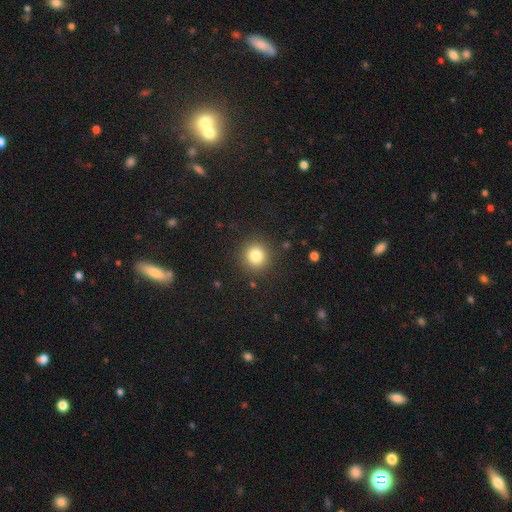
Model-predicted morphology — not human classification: A smooth galaxy with no disk features (82%) that is round (92%).

Vote fractions:
- Smooth or featured? smooth: 82% / star or artifact: 11% / featured or disk: 6%
- How rounded? round: 92% / in between: 7% / cigar-shaped: 1%
- Merging? none: 90% / minor disturbance: 6% / major disturbance: 3% / merger: 1%